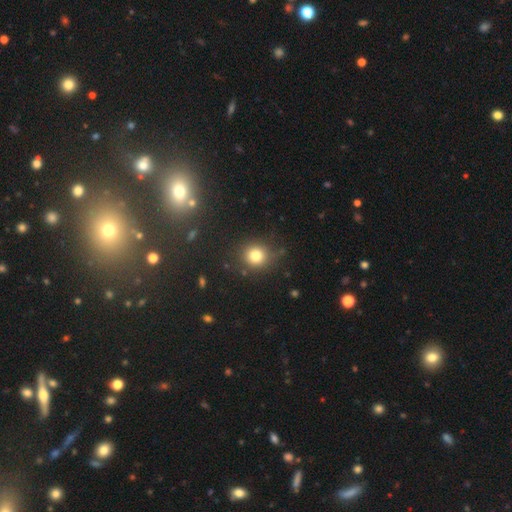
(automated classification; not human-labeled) Smooth or featured? smooth (80%)
How rounded? round (88%)
Merging? none (83%)